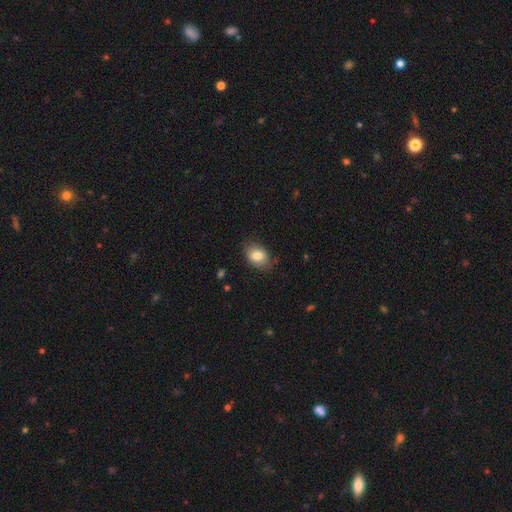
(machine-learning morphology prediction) This is clearly a smooth galaxy (83%). How rounded: likely in between (77%). Merging: likely none (78%).